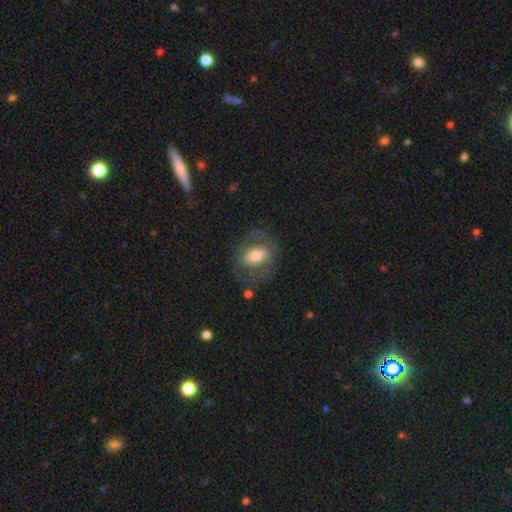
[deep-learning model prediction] Smooth or featured? Predicted: smooth (p=0.49). Merging? Predicted: none (p=0.66).